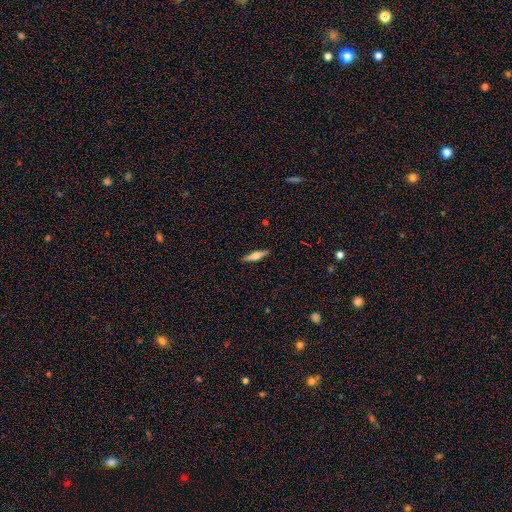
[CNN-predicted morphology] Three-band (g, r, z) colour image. It shows a featured or disk galaxy (53%) viewed edge-on (95%) with a rounded central bulge (88%). Merging: none (89%).